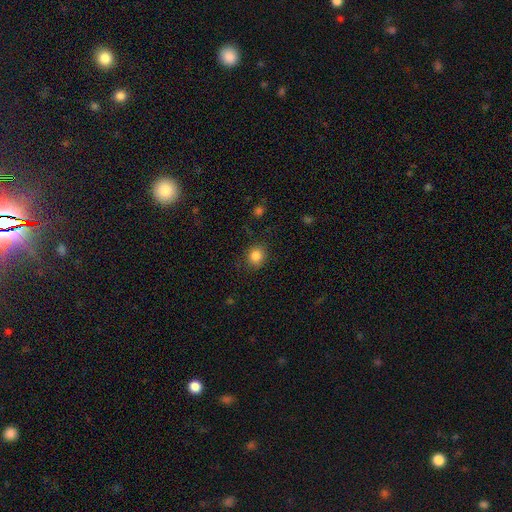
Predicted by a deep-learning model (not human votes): This appears to be a smooth galaxy with no disk features (85%) that is round (80%). Merging: none (83%).